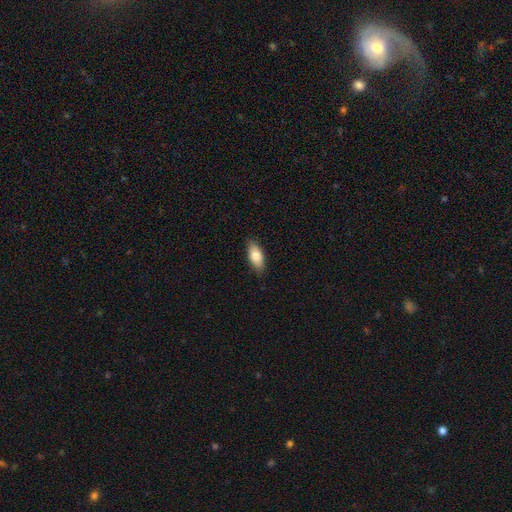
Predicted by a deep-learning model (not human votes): This appears to be a smooth galaxy with no disk features (79%) that is in between round and cigar-shaped (85%). Merging: none (85%).